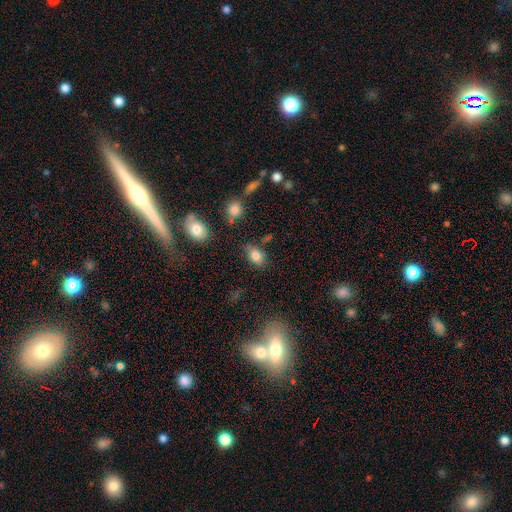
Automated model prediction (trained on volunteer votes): This is clearly a smooth galaxy (81%). How rounded: likely in between (80%). Merging: likely none (72%).